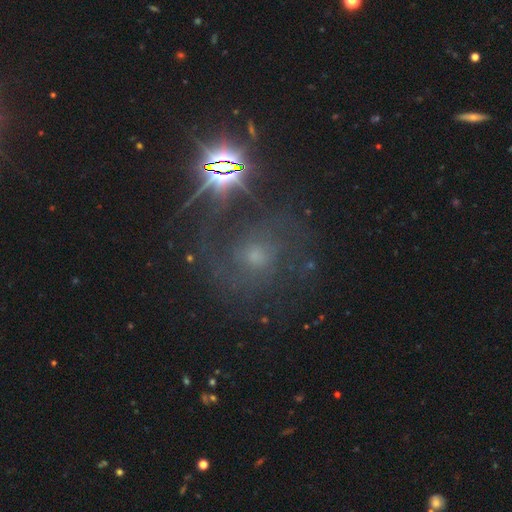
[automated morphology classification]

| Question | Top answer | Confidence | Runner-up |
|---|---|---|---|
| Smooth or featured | featured or disk | 44% | star or artifact (36%) |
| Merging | none | 66% | major disturbance (16%) |